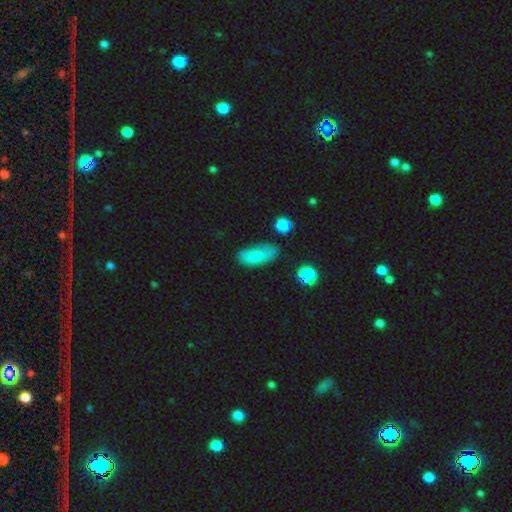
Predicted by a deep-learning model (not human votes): This is likely a smooth galaxy (76%). How rounded: clearly in between (86%). Merging: possibly none (58%).